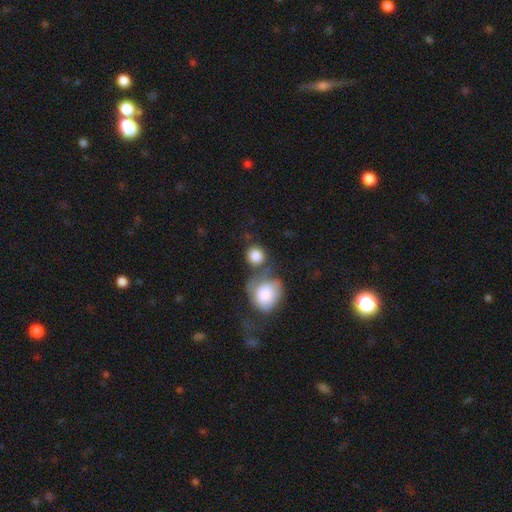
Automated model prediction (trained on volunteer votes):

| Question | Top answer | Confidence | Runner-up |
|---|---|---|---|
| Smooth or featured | smooth | 85% | featured or disk (8%) |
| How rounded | round | 84% | in between (15%) |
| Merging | none | 49% | merger (30%) |